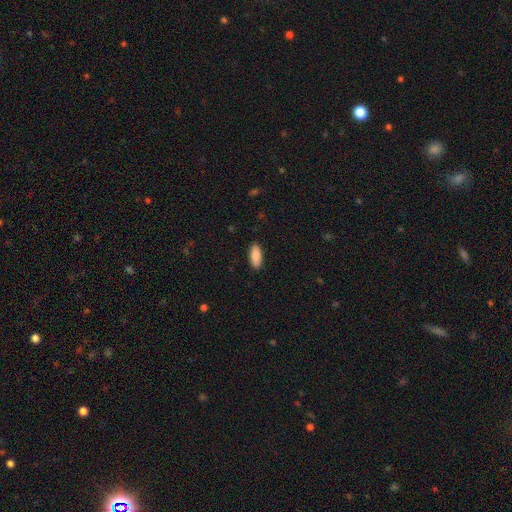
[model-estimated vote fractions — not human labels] Q: Smooth or featured?
A: smooth (89%); runner-up: star or artifact (6%)
Q: How rounded?
A: in between (79%); runner-up: cigar-shaped (20%)
Q: Merging?
A: none (89%); runner-up: minor disturbance (8%)